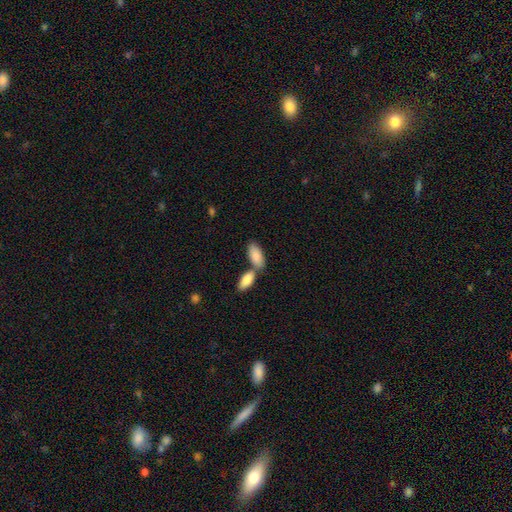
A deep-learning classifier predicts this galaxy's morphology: Smooth or featured? smooth (86%)
How rounded? in between (89%)
Merging? none (46%)